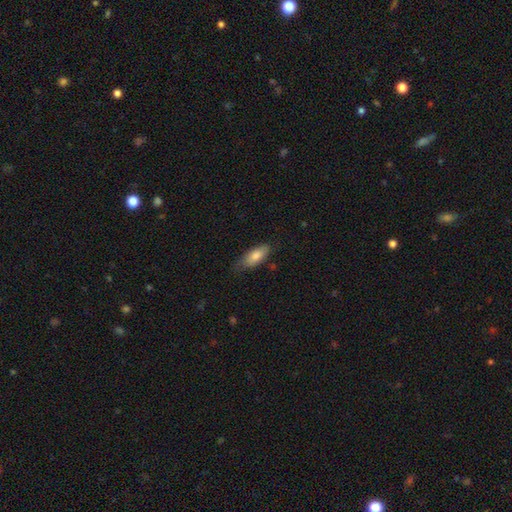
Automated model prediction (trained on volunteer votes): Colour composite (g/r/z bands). It shows a smooth galaxy with no disk features (78%) that is in between round and cigar-shaped (80%). Merging: none (67%).